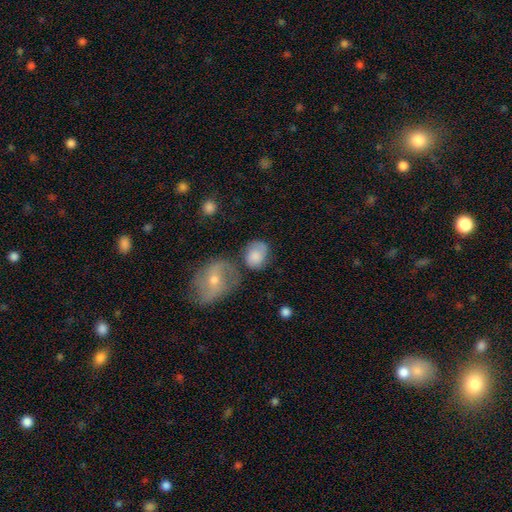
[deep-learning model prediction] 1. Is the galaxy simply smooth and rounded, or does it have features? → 75% smooth, 17% featured or disk, 7% star or artifact.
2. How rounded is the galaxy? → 52% in between, 47% round, 1% cigar-shaped.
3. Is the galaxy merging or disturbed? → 53% none, 24% minor disturbance, 13% merger, 10% major disturbance.